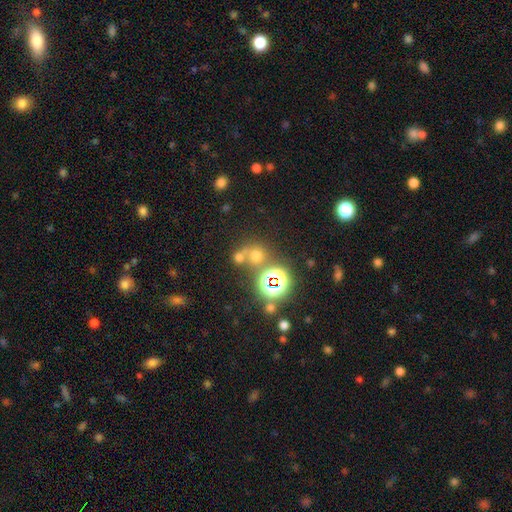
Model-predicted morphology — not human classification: Smooth or featured: smooth — 47% (star or artifact — 43%)
Merging: none — 60% (merger — 27%)